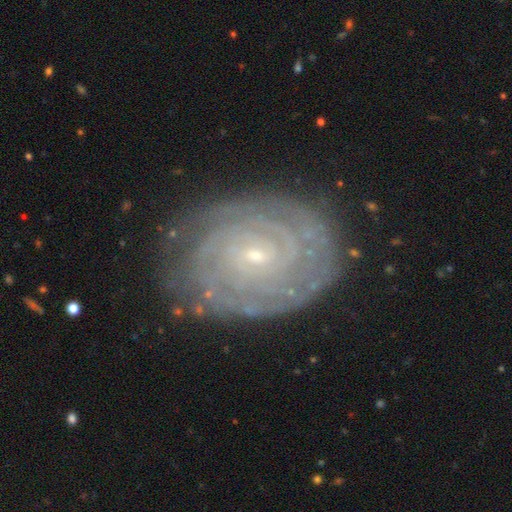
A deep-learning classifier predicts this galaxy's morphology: Q: Smooth or featured?
A: featured or disk (85%); runner-up: smooth (8%)
Q: Edge-on disk?
A: no (97%); runner-up: yes (3%)
Q: Bar?
A: no (68%); runner-up: weak (25%)
Q: Spiral arms?
A: yes (96%); runner-up: no (4%)
Q: Spiral winding?
A: tight (86%); runner-up: medium (12%)
Q: Spiral arm count?
A: can't tell (33%); runner-up: 2 (22%)
Q: Bulge size?
A: small (86%); runner-up: moderate (11%)
Q: Merging?
A: none (80%); runner-up: minor disturbance (14%)